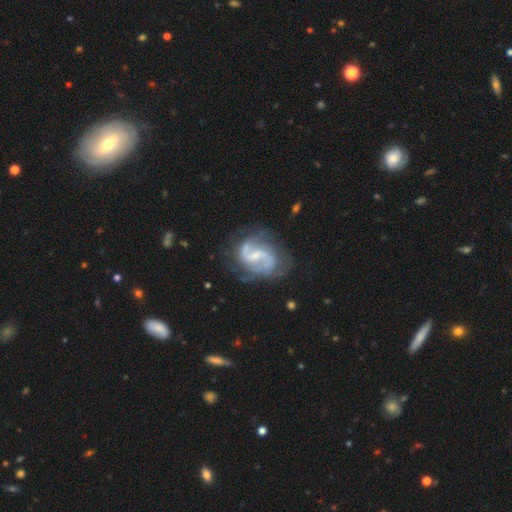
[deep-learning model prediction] This is clearly a featured or disk galaxy (90%). It is clearly not viewed edge-on (98%). Bar: possibly weak (55%). Spiral arm pattern: clearly yes (97%). Spiral arm count: clearly 2 (87%). Spiral winding: possibly medium (52%). Central bulge: likely small (60%). Merging: likely none (70%).